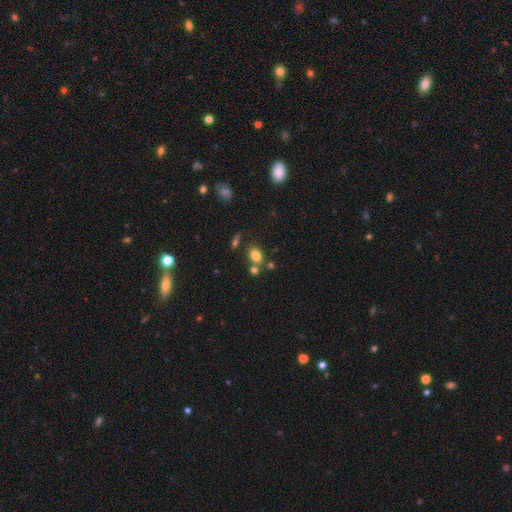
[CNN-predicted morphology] type=smooth (79%); roundness=in between (75%); merging=none (64%).